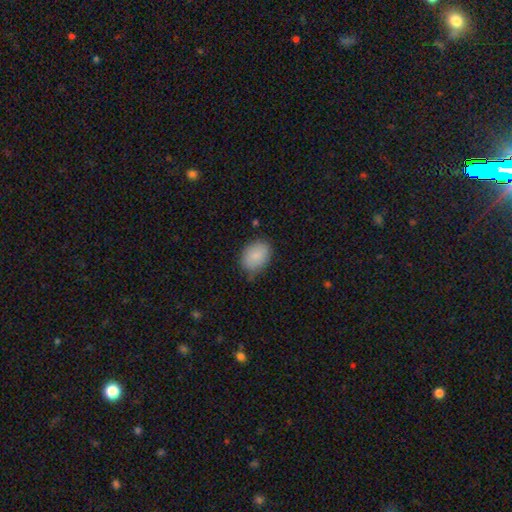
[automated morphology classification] Smooth or featured? smooth (87%)
How rounded? in between (74%)
Merging? none (78%)